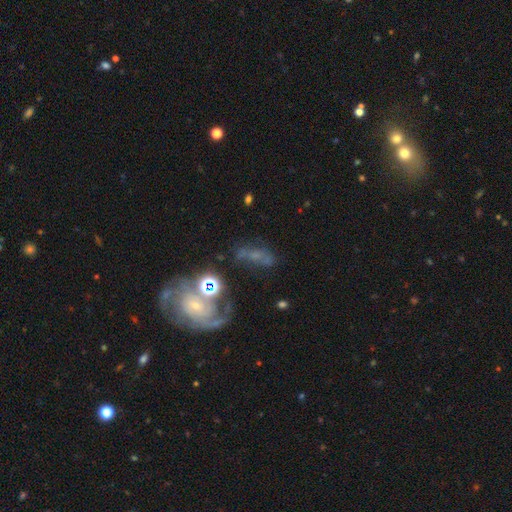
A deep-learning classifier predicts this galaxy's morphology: Overall: featured or disk (54%; smooth 27%). Edge-on disk: no (91%). Merging: none (48%; minor disturbance 20%).